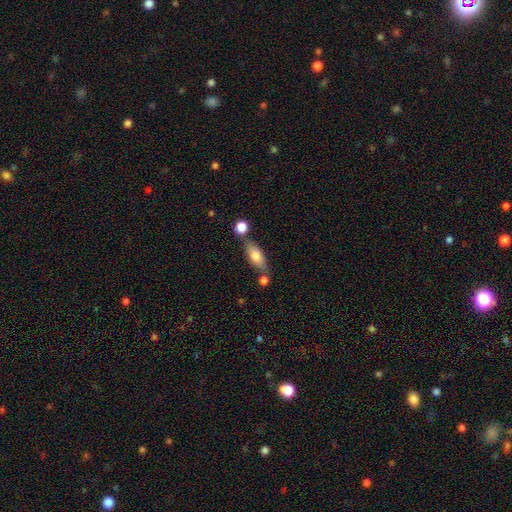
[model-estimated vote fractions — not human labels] The model was most divided on "merging": none: 63%, merger: 17%, minor disturbance: 15%, major disturbance: 4%. More confident: how rounded — in between (76%); smooth or featured — smooth (73%).